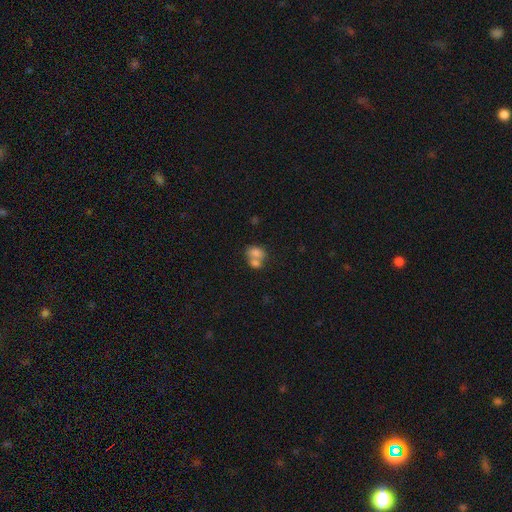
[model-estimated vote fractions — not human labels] Smooth or featured: smooth — 75% (featured or disk — 15%)
How rounded: in between — 69% (round — 29%)
Merging: merger — 65% (none — 23%)